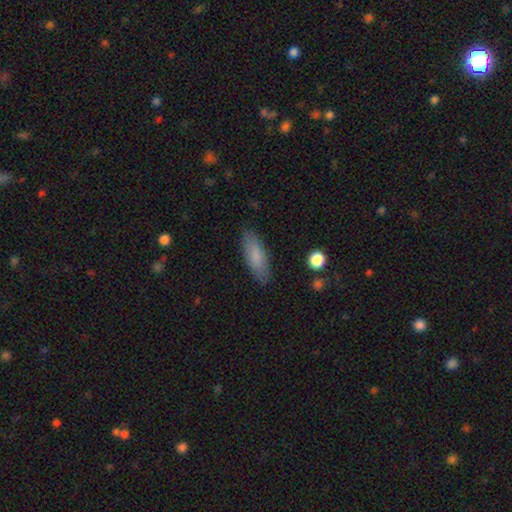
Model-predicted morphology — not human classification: smooth-or-featured: smooth: 83% | featured or disk: 11% | star or artifact: 6%
  how-rounded: in between: 59% | cigar-shaped: 39% | round: 2%
  merging: none: 86% | minor disturbance: 11% | major disturbance: 2% | merger: 1%